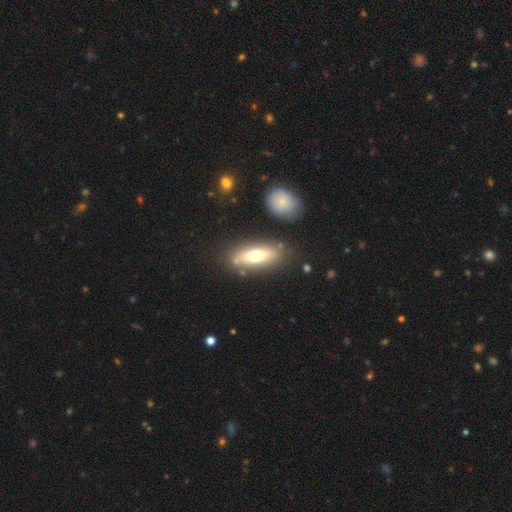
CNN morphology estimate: A smooth galaxy with no disk features (64%) that is in between round and cigar-shaped (69%).

Vote fractions:
- Smooth or featured? smooth: 64% / featured or disk: 28% / star or artifact: 8%
- How rounded? in between: 69% / cigar-shaped: 28% / round: 4%
- Merging? none: 75% / minor disturbance: 13% / merger: 7% / major disturbance: 5%